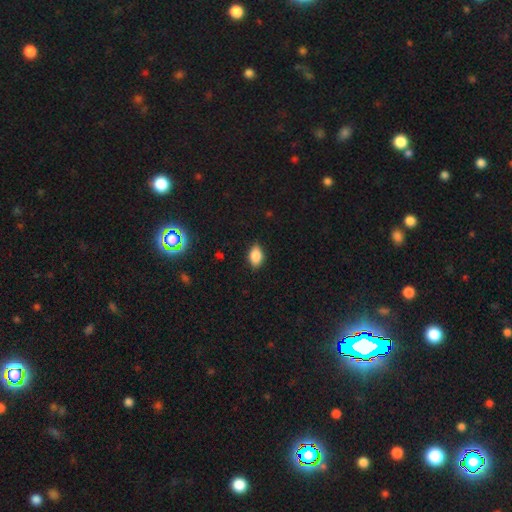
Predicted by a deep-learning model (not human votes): A smooth galaxy with no disk features (84%) that is in between round and cigar-shaped (87%).

Vote fractions:
- Smooth or featured? smooth: 84% / star or artifact: 9% / featured or disk: 7%
- How rounded? in between: 87% / round: 10% / cigar-shaped: 3%
- Merging? none: 82% / minor disturbance: 14% / major disturbance: 3% / merger: 1%